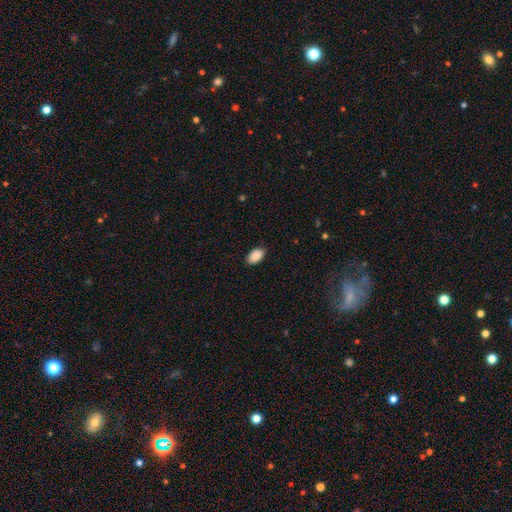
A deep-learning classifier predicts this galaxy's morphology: The model was most divided on "merging": none: 85%, minor disturbance: 12%, major disturbance: 2%, merger: 1%. More confident: how rounded — in between (94%); smooth or featured — smooth (90%).